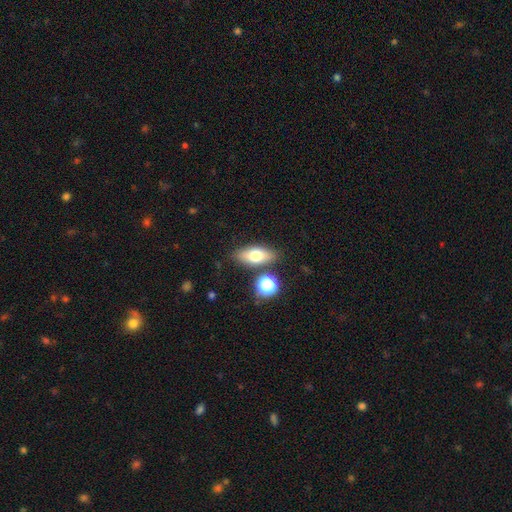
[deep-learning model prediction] A smooth galaxy with no disk features (70%) that is in between round and cigar-shaped (78%).

Vote fractions:
- Smooth or featured? smooth: 70% / featured or disk: 21% / star or artifact: 9%
- How rounded? in between: 78% / cigar-shaped: 15% / round: 7%
- Merging? none: 80% / minor disturbance: 11% / merger: 6% / major disturbance: 3%